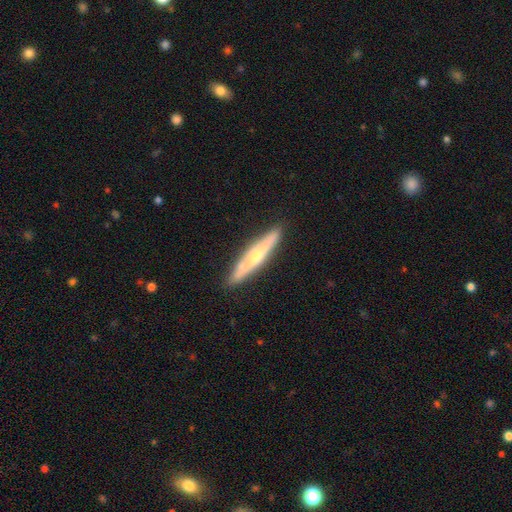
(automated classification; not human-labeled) smooth-or-featured: featured or disk: 59% | smooth: 36% | star or artifact: 6%
  disk-edge-on: yes: 87% | no: 13%
    edge-on-bulge: rounded: 81% | none: 15% | boxy: 4%
  merging: none: 86% | minor disturbance: 10% | major disturbance: 2% | merger: 1%